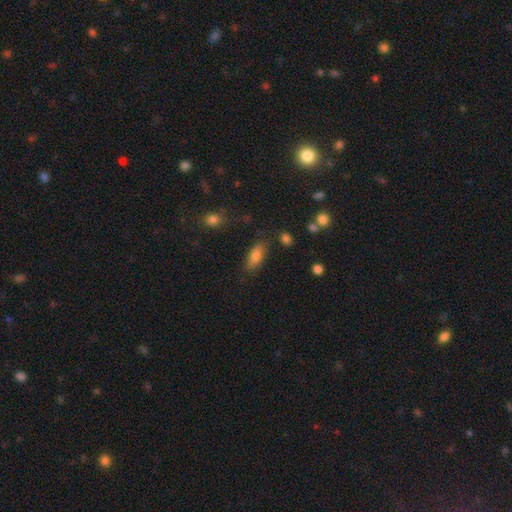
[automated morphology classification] This appears to be a smooth galaxy with no disk features (80%) that is in between round and cigar-shaped (78%). Merging: none (78%).